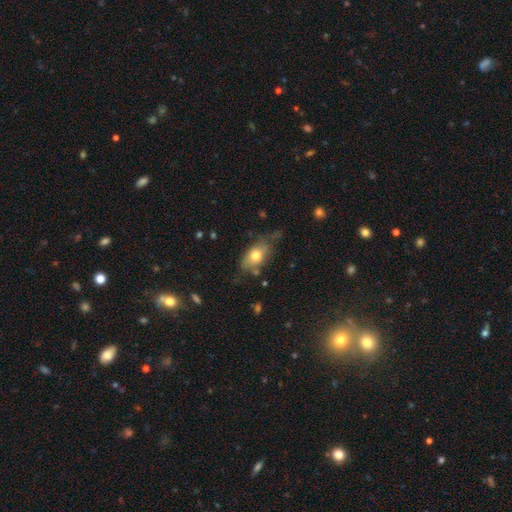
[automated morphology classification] smooth 70%, featured or disk 22%, star or artifact 8%. Down the decision tree: how rounded — in between (83%); merging — none (54%).